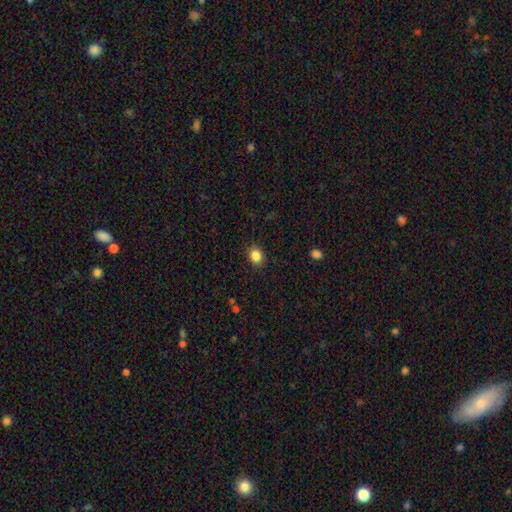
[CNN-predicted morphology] Smooth or featured?
  - smooth: 85% *
  - star or artifact: 10%
  - featured or disk: 4%
How rounded?
  - round: 60% *
  - in between: 39%
  - cigar-shaped: 1%
Merging?
  - none: 88% *
  - minor disturbance: 9%
  - major disturbance: 2%
  - merger: 1%